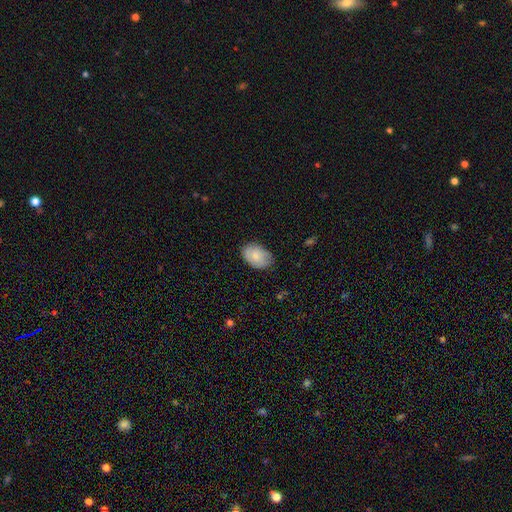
Q: Smooth or featured?
A: smooth (77%); runner-up: featured or disk (18%)
Q: How rounded?
A: in between (90%); runner-up: round (10%)
Q: Merging?
A: none (65%); runner-up: minor disturbance (30%)